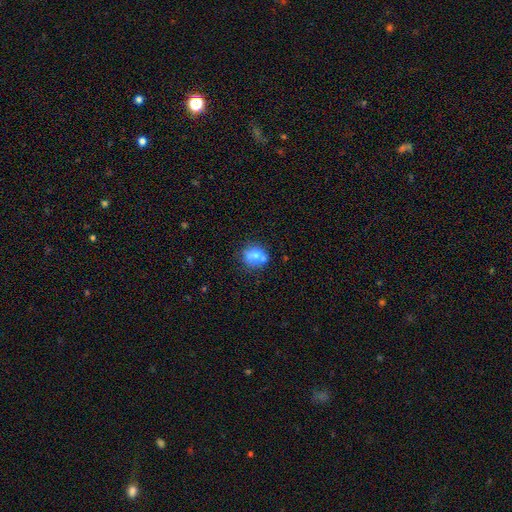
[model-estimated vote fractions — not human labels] A smooth galaxy with no disk features (70%) that is round (69%).

Vote fractions:
- Smooth or featured? smooth: 70% / featured or disk: 19% / star or artifact: 10%
- How rounded? round: 69% / in between: 29% / cigar-shaped: 1%
- Merging? none: 61% / minor disturbance: 18% / merger: 16% / major disturbance: 5%